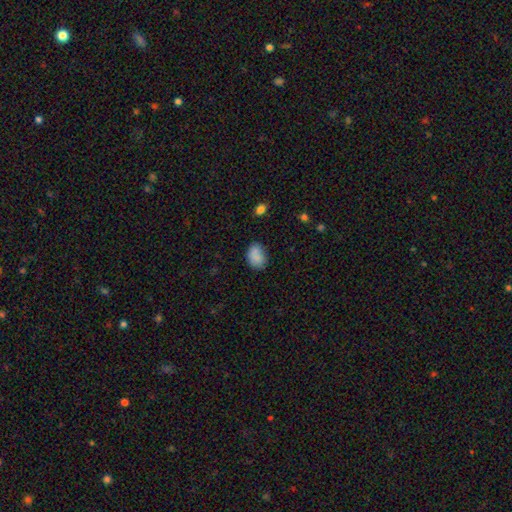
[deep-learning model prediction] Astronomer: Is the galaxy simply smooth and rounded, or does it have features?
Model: smooth — 84%.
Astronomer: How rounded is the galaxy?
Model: in between — 73%.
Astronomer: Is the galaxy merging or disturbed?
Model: none — 63%.